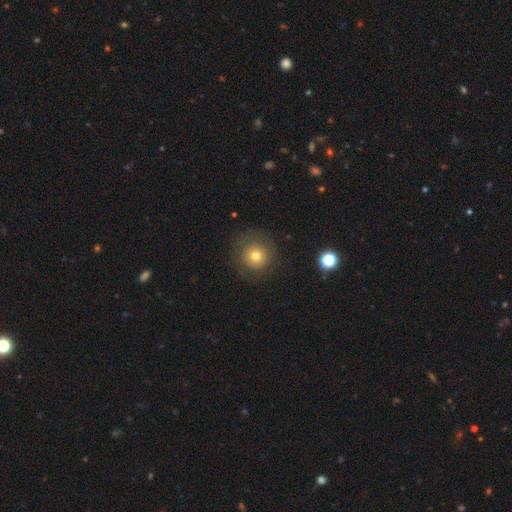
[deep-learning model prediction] A smooth galaxy with no disk features (69%) that is round (94%).

Vote fractions:
- Smooth or featured? smooth: 69% / featured or disk: 18% / star or artifact: 13%
- How rounded? round: 94% / in between: 5% / cigar-shaped: 1%
- Merging? none: 81% / minor disturbance: 11% / major disturbance: 7% / merger: 1%